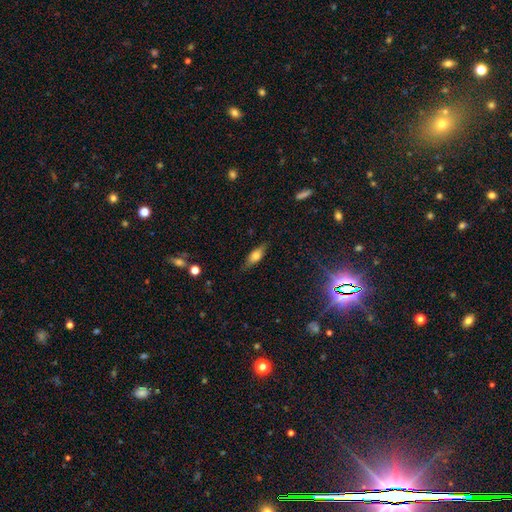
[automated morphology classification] Smooth or featured?
  - smooth: 64% *
  - featured or disk: 28%
  - star or artifact: 8%
How rounded?
  - in between: 68% *
  - cigar-shaped: 28%
  - round: 4%
Merging?
  - none: 81% *
  - minor disturbance: 15%
  - major disturbance: 3%
  - merger: 1%